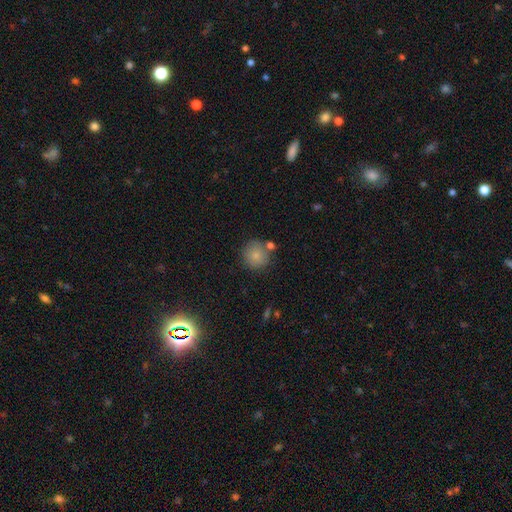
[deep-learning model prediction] Smooth or featured: smooth — 82% (star or artifact — 9%)
How rounded: round — 93% (in between — 6%)
Merging: none — 74% (merger — 12%)